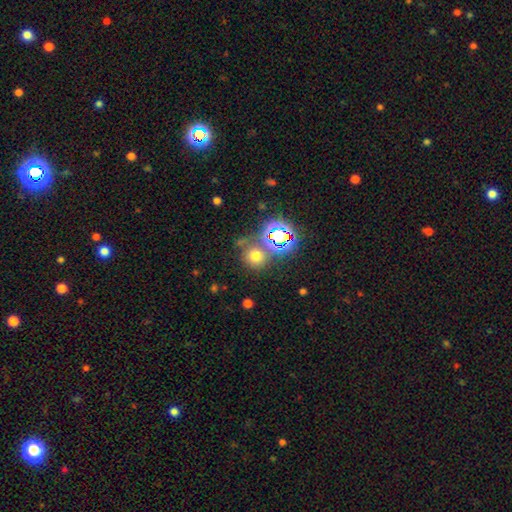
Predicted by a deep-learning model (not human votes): Overall: smooth (63%; star or artifact 29%). How rounded: round (87%). Merging: none (68%).